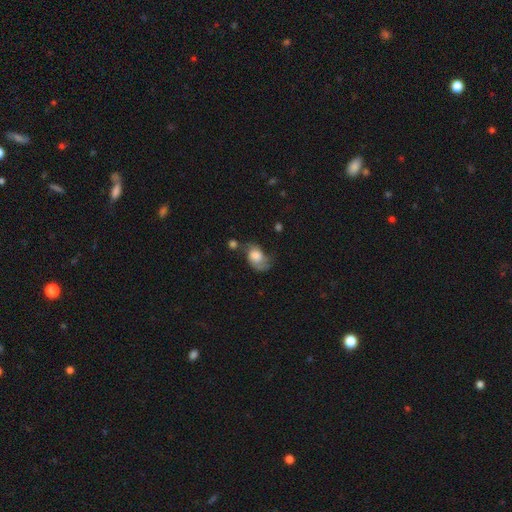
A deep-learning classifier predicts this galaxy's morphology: Smooth or featured? Predicted: smooth (p=0.49). Merging? Predicted: none (p=0.35).